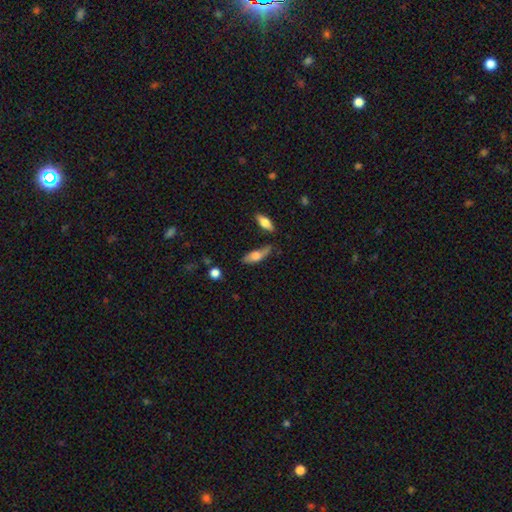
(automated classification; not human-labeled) A smooth galaxy with no disk features (62%) that is in between round and cigar-shaped (65%).

Vote fractions:
- Smooth or featured? smooth: 62% / featured or disk: 31% / star or artifact: 7%
- How rounded? in between: 65% / cigar-shaped: 32% / round: 3%
- Merging? none: 56% / minor disturbance: 27% / major disturbance: 9% / merger: 8%